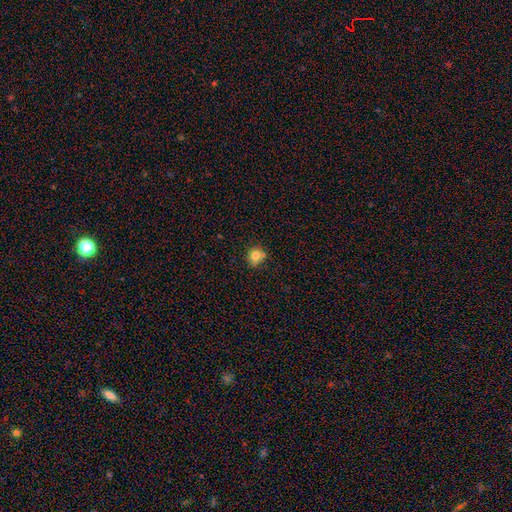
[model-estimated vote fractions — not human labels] smooth_or_featured: smooth (p=0.78) [alt: star or artifact p=0.12]
how_rounded: round (p=0.78) [alt: in between p=0.21]
merging: none (p=0.63) [alt: minor disturbance p=0.19]